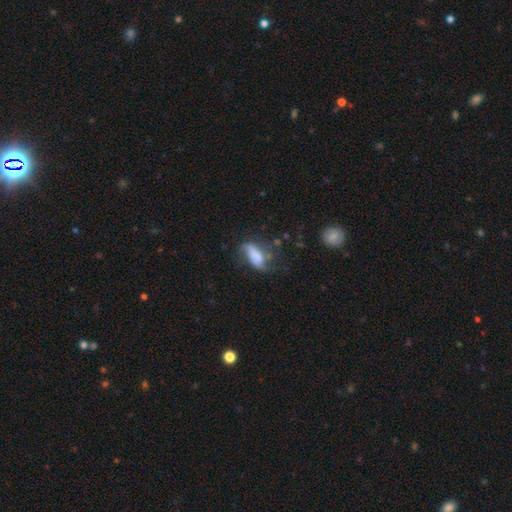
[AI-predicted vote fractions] A smooth galaxy with no disk features (57%) that is in between round and cigar-shaped (81%).

Vote fractions:
- Smooth or featured? smooth: 57% / featured or disk: 33% / star or artifact: 10%
- How rounded? in between: 81% / cigar-shaped: 15% / round: 4%
- Merging? major disturbance: 37% / none: 29% / minor disturbance: 28% / merger: 6%